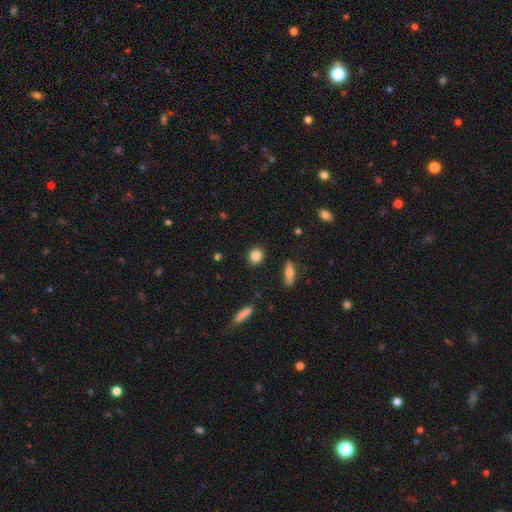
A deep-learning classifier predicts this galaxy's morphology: smooth-or-featured: smooth: 85% | star or artifact: 8% | featured or disk: 6%
  how-rounded: round: 78% | in between: 19% | cigar-shaped: 3%
  merging: none: 90% | minor disturbance: 6% | major disturbance: 2% | merger: 2%